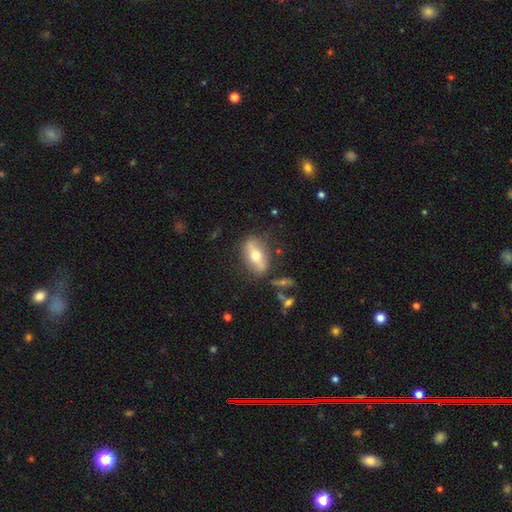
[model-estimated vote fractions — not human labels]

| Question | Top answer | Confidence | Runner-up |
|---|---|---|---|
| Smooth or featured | featured or disk | 51% | smooth (42%) |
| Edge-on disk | no | 50% | tied: yes (50%) |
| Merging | none | 79% | minor disturbance (13%) |